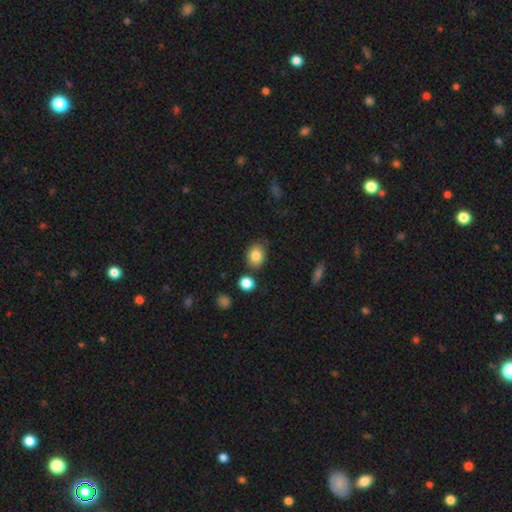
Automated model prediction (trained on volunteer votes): Smooth or featured? Predicted: smooth (p=0.84). How rounded? Predicted: in between (p=0.54). Merging? Predicted: none (p=0.78).